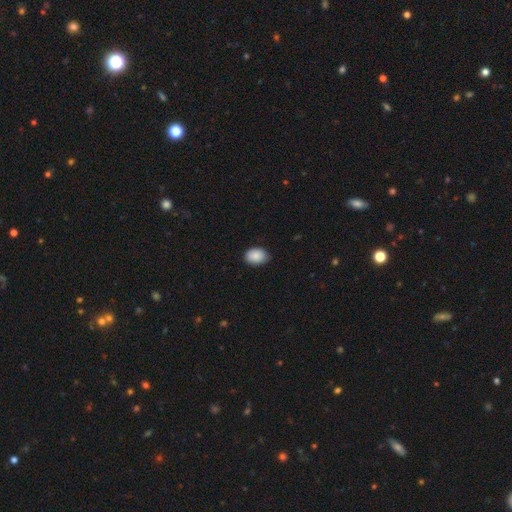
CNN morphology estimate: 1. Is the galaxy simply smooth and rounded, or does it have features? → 88% smooth, 7% star or artifact, 5% featured or disk.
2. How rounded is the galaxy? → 78% in between, 21% round, 1% cigar-shaped.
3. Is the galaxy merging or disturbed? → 84% none, 13% minor disturbance, 2% major disturbance, 1% merger.